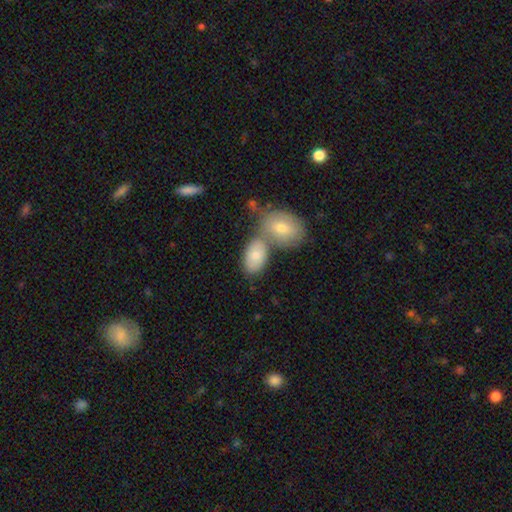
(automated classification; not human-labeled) This is likely a smooth galaxy (77%). How rounded: clearly in between (90%). Merging: possibly merger (47%).